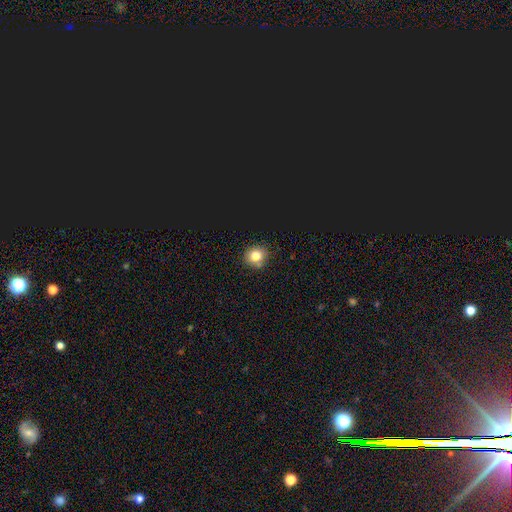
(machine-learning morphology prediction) smooth-or-featured: smooth: 75% | star or artifact: 17% | featured or disk: 8%
  how-rounded: round: 86% | in between: 13% | cigar-shaped: 1%
  merging: none: 82% | minor disturbance: 11% | merger: 4% | major disturbance: 3%